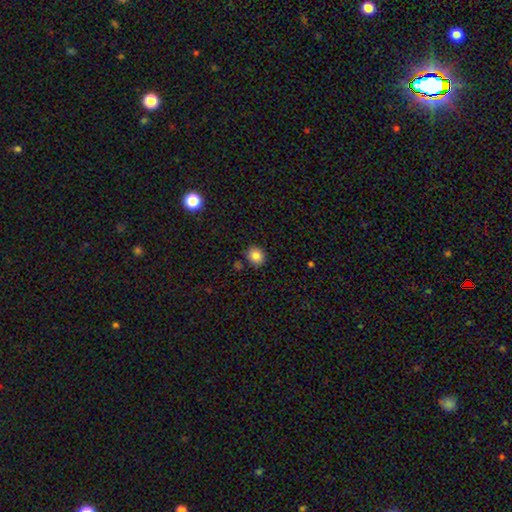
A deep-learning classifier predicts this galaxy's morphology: Q: Smooth or featured?
A: smooth (85%); runner-up: star or artifact (10%)
Q: How rounded?
A: round (75%); runner-up: in between (25%)
Q: Merging?
A: none (86%); runner-up: minor disturbance (9%)